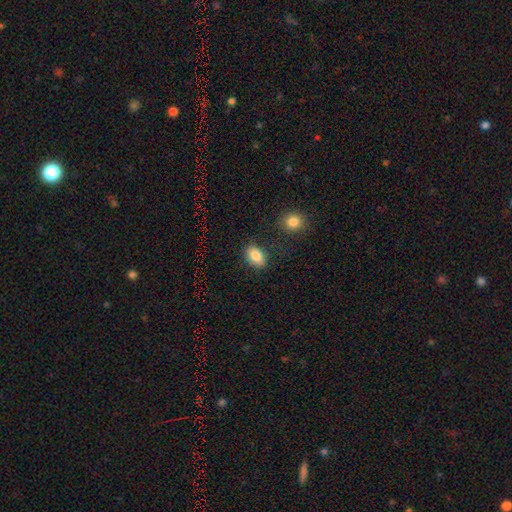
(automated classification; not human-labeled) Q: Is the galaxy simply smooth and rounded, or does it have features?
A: smooth — 85%.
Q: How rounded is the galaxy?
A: in between — 86%.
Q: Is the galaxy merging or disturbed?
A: none — 79%.